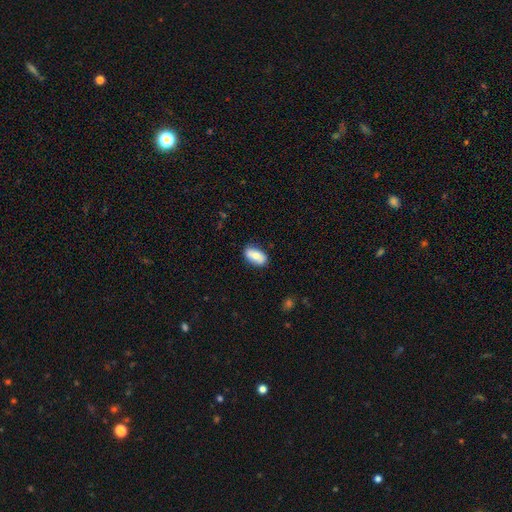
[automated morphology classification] A smooth galaxy with no disk features (74%) that is in between round and cigar-shaped (92%). Merging: none (82%).